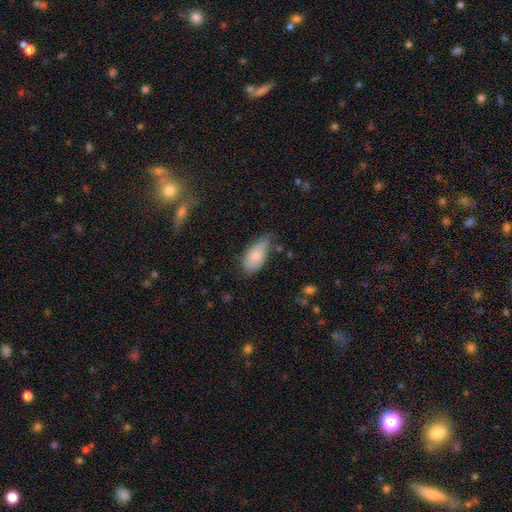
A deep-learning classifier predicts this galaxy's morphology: Smooth or featured: smooth — 77% (featured or disk — 16%)
How rounded: in between — 90% (cigar-shaped — 7%)
Merging: none — 45% (minor disturbance — 40%)